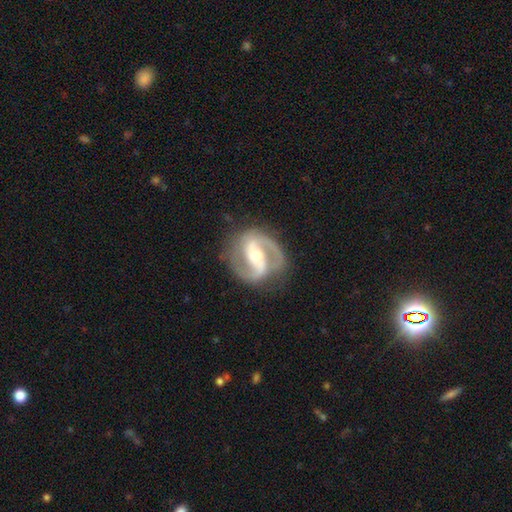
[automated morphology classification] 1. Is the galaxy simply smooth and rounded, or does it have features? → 91% featured or disk, 5% smooth, 4% star or artifact.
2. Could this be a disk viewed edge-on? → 97% no, 3% yes.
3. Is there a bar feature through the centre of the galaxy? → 55% strong, 30% weak, 15% no.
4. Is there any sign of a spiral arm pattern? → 97% yes, 3% no.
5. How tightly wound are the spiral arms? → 56% medium, 27% tight, 17% loose.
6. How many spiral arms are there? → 92% 2, 2% can't tell, 2% 1, 2% 3, 1% 4, 1% more than 4.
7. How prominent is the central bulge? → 59% moderate, 36% small, 3% large, 1% none, 1% dominant.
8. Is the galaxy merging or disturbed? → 80% none, 13% minor disturbance, 6% major disturbance, 1% merger.